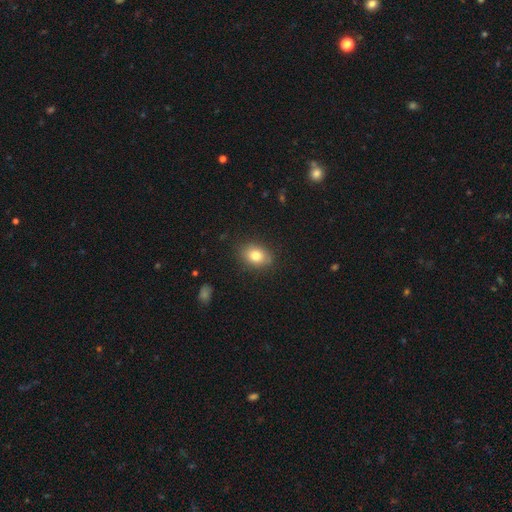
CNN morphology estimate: This is clearly a smooth galaxy (80%). How rounded: likely in between (73%). Merging: clearly none (84%).